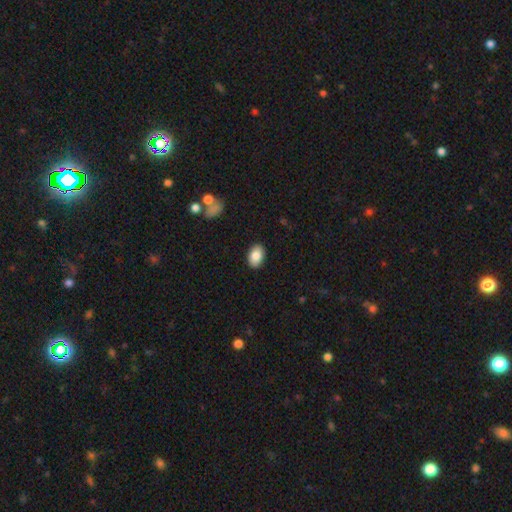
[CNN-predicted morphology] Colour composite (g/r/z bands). It shows a smooth galaxy with no disk features (86%) that is in between round and cigar-shaped (88%). Merging: none (89%).